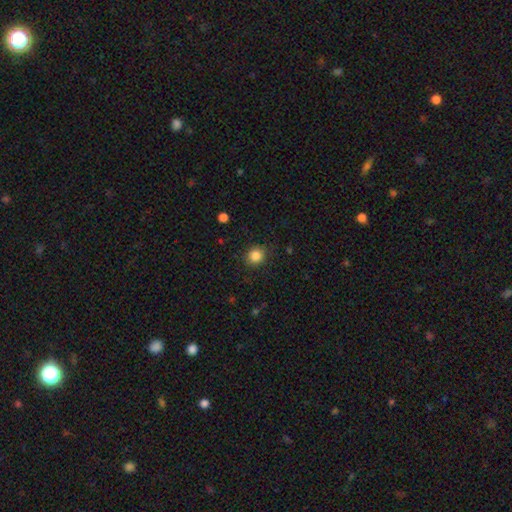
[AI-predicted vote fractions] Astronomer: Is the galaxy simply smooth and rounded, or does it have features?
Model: smooth — 85%.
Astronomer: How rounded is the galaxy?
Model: round — 83%.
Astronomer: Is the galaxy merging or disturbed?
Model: none — 88%.